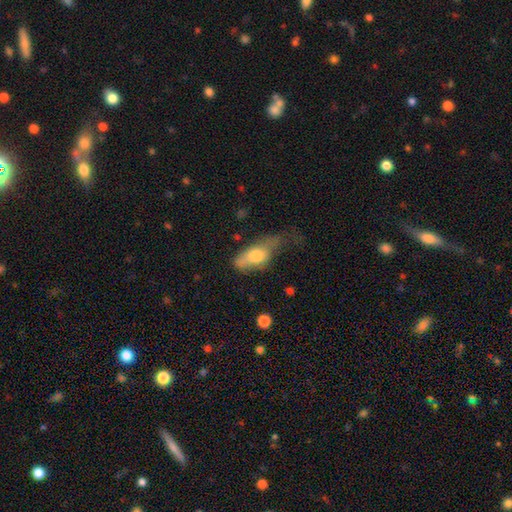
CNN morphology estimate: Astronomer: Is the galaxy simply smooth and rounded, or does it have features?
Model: smooth — 69%.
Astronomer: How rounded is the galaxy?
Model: in between — 80%.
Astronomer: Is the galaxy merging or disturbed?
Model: minor disturbance — 35% (runner-up: major disturbance, 34%).